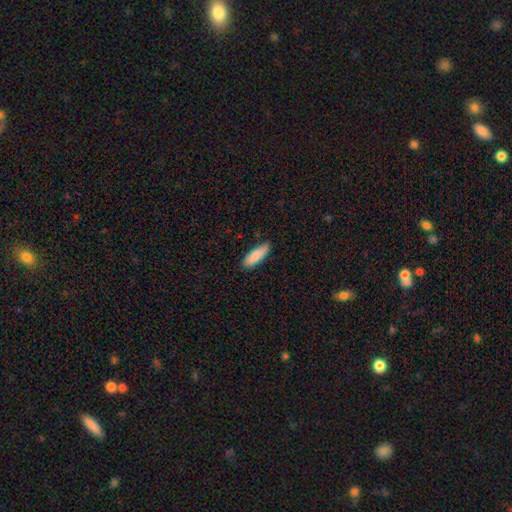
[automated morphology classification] smooth_or_featured: smooth (p=0.88) [alt: featured or disk p=0.07]
how_rounded: in between (p=0.58) [alt: cigar-shaped p=0.41]
merging: none (p=0.86) [alt: minor disturbance p=0.11]